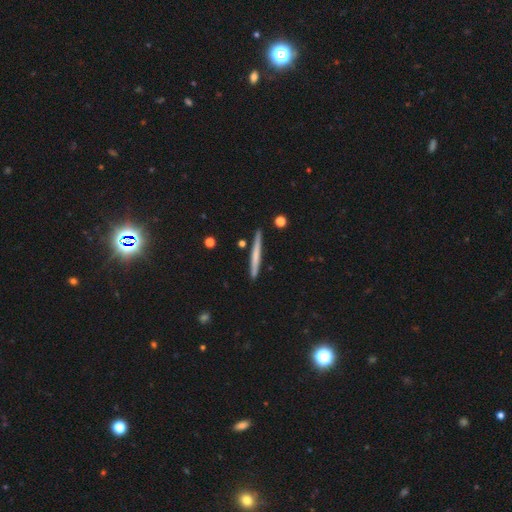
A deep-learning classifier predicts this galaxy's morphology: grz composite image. It shows a smooth galaxy with no disk features (57%) that is cigar-shaped (97%). Merging: none (89%).